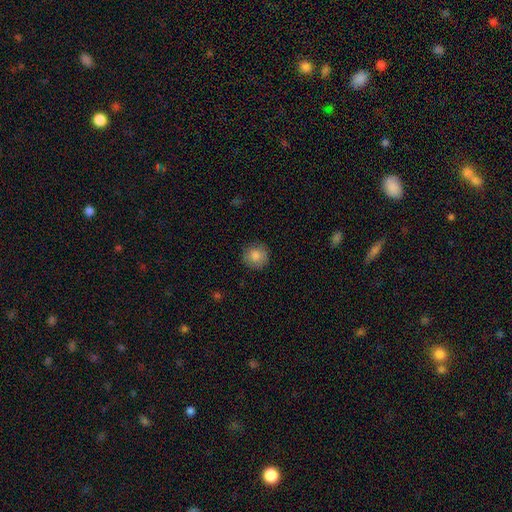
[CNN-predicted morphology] Smooth or featured: smooth — 84% (star or artifact — 8%)
How rounded: round — 92% (in between — 7%)
Merging: none — 86% (minor disturbance — 11%)